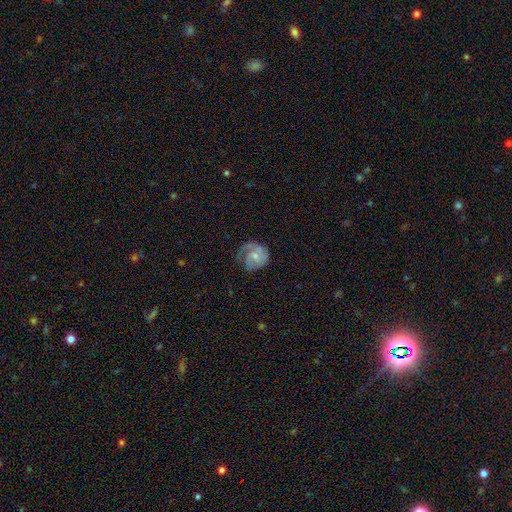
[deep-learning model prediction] Morphology: type=featured or disk (66%); edge-on=no (98%); bar=no (68%); spiral arms=yes (89%); winding=tight (43%); arm count=1 (42%); bulge=small (56%); merging=none (53%).